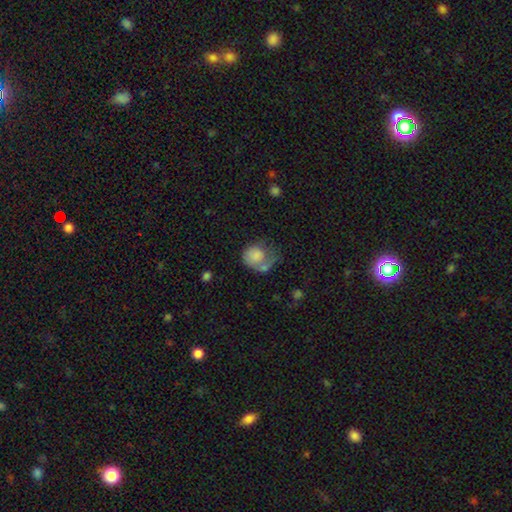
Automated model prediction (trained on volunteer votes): Smooth or featured: smooth — 69% (featured or disk — 24%)
How rounded: round — 67% (in between — 32%)
Merging: major disturbance — 36% (none — 29%)